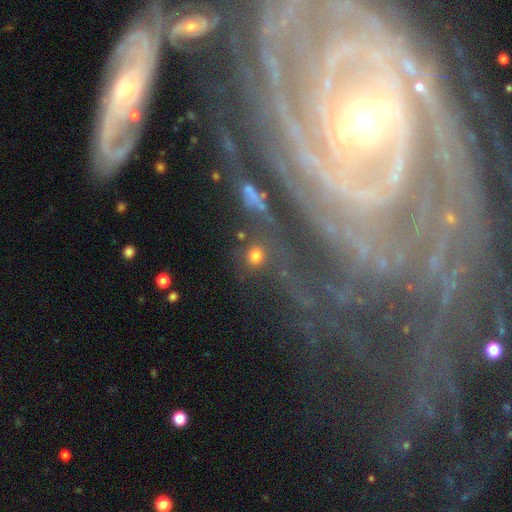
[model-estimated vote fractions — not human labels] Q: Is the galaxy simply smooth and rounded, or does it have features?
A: smooth — 66%.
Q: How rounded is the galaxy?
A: round — 88%.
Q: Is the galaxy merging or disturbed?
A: none — 70%.